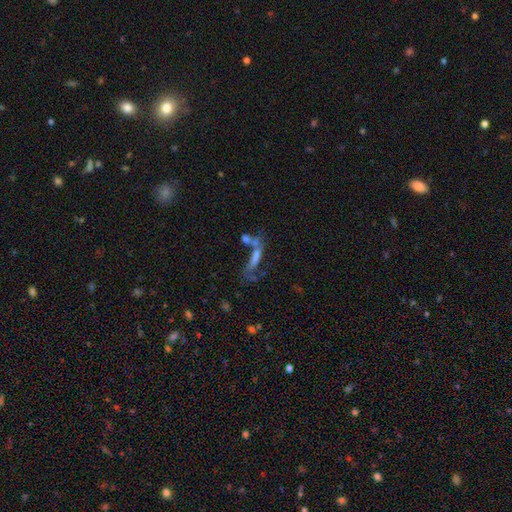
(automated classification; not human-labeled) A featured or disk galaxy (42%). Merging: merger (36%).